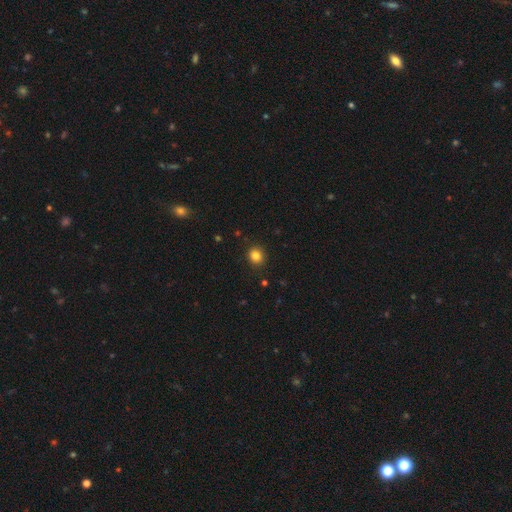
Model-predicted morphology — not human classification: smooth-or-featured: smooth: 83% | star or artifact: 12% | featured or disk: 5%
  how-rounded: round: 84% | in between: 16% | cigar-shaped: 1%
  merging: none: 90% | minor disturbance: 7% | major disturbance: 2% | merger: 1%